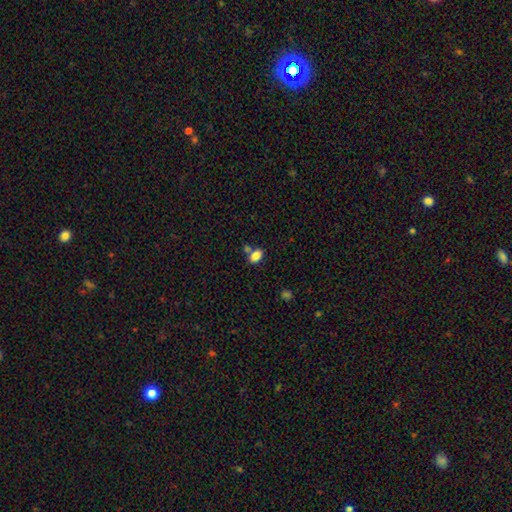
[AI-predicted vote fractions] smooth-or-featured: smooth: 84% | star or artifact: 9% | featured or disk: 7%
  how-rounded: in between: 86% | round: 13% | cigar-shaped: 2%
  merging: none: 63% | merger: 21% | minor disturbance: 12% | major disturbance: 4%